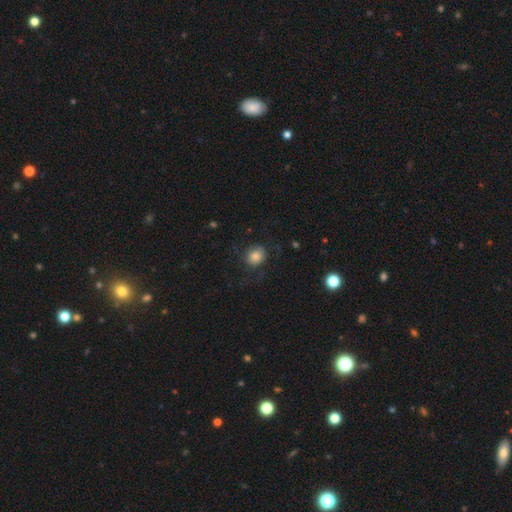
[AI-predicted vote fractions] Smooth or featured?
  - smooth: 82% *
  - featured or disk: 9%
  - star or artifact: 9%
How rounded?
  - round: 73% *
  - in between: 26%
  - cigar-shaped: 1%
Merging?
  - none: 73% *
  - minor disturbance: 16%
  - major disturbance: 10%
  - merger: 1%